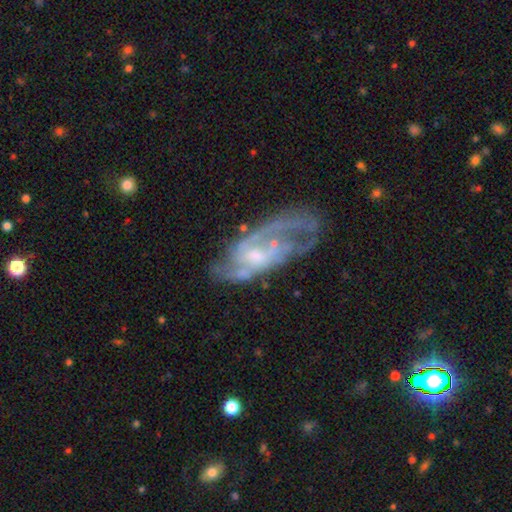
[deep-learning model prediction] Overall: featured or disk (82%). Edge-on disk: no (93%). Bar: no (53%; weak 39%). Spiral arms: yes (86%). Spiral arm count: 2 (43%; can't tell 28%). Spiral winding: medium (46%; tight 31%). Bulge size: small (48%; moderate 38%). Merging: none (54%; minor disturbance 21%).